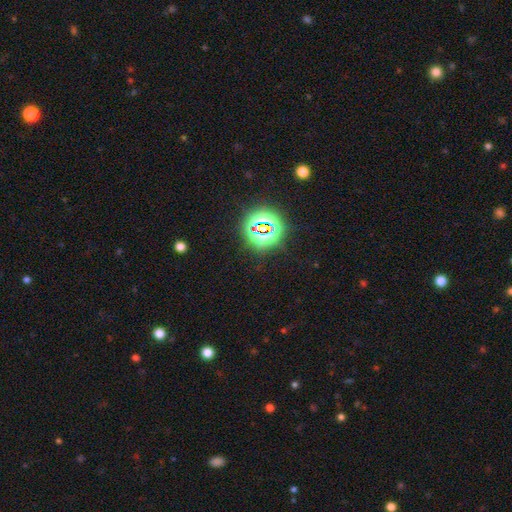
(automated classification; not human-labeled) Overall: star or artifact (81%).